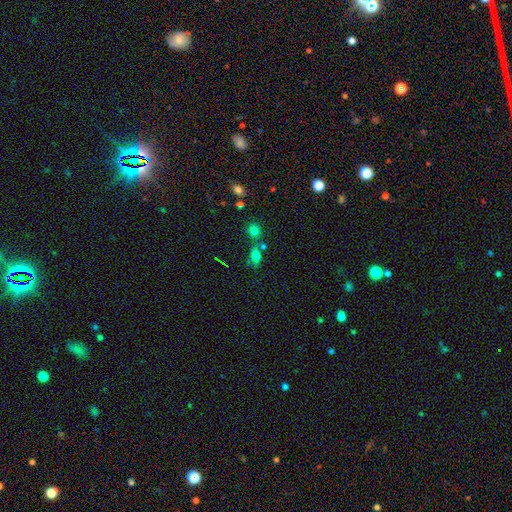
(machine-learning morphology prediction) smooth 71%, star or artifact 19%, featured or disk 10%. Down the decision tree: how rounded — in between (73%); merging — none (51%).